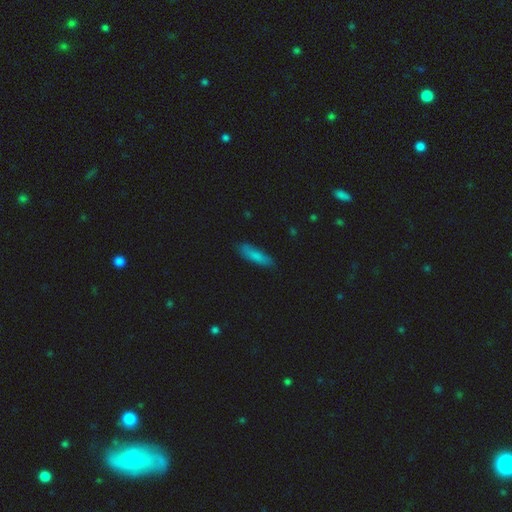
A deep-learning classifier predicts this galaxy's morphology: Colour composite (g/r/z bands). It shows a smooth galaxy with no disk features (81%) that is cigar-shaped (65%). Merging: none (82%).